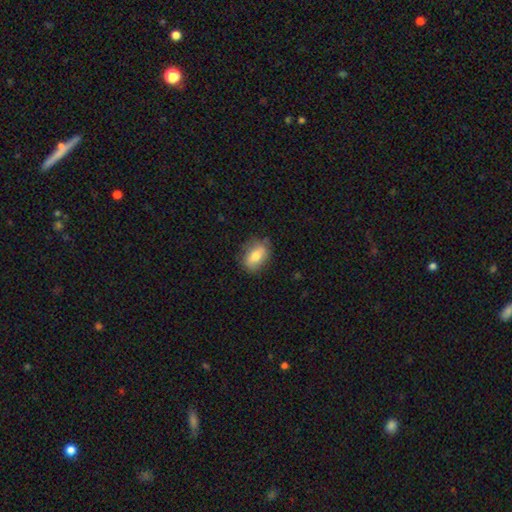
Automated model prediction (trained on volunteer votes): Smooth or featured: smooth — 71% (featured or disk — 22%)
How rounded: in between — 80% (round — 17%)
Merging: none — 77% (minor disturbance — 18%)